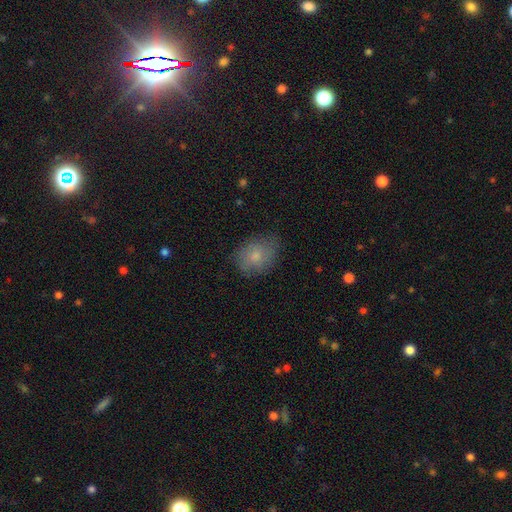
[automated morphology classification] Q: Smooth or featured?
A: smooth (74%); runner-up: featured or disk (17%)
Q: How rounded?
A: in between (60%); runner-up: round (39%)
Q: Merging?
A: none (70%); runner-up: minor disturbance (23%)